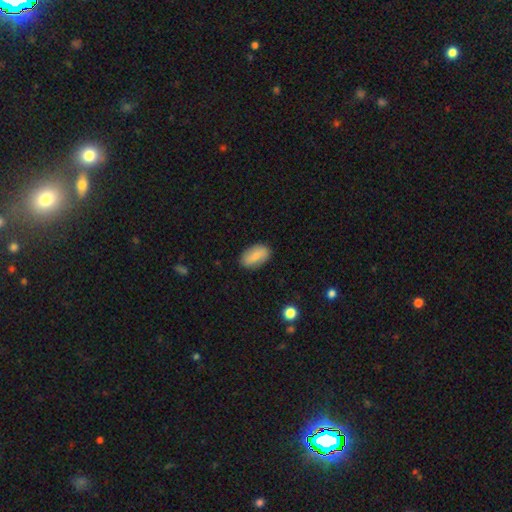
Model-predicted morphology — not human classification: smooth 75%, featured or disk 18%, star or artifact 7%. Down the decision tree: how rounded — in between (92%); merging — none (86%).